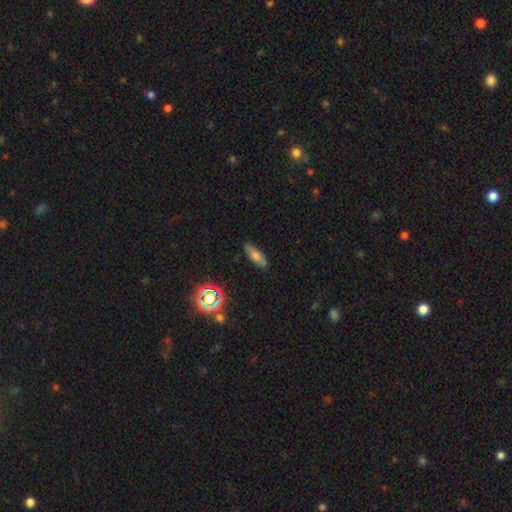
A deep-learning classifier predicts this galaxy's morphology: Smooth or featured? smooth (67%)
How rounded? in between (60%)
Merging? none (84%)